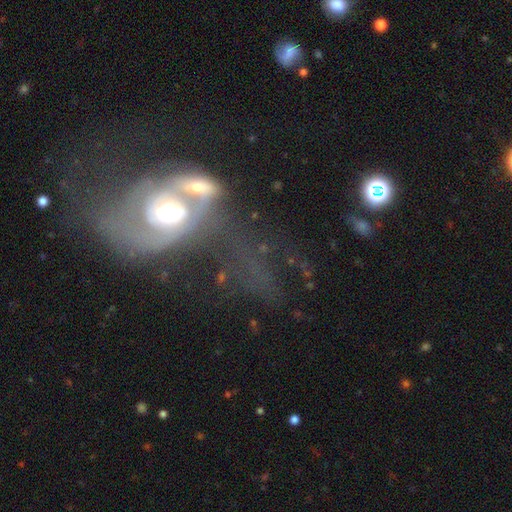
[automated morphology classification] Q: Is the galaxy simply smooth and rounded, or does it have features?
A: featured or disk — 74%.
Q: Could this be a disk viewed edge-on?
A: no — 96%.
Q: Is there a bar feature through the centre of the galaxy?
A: no — 59%.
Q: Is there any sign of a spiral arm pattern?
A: yes — 73%.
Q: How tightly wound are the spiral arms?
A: medium — 38%.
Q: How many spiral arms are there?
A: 2 — 57%.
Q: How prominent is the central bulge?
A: moderate — 66%.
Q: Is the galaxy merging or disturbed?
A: merger — 59%.